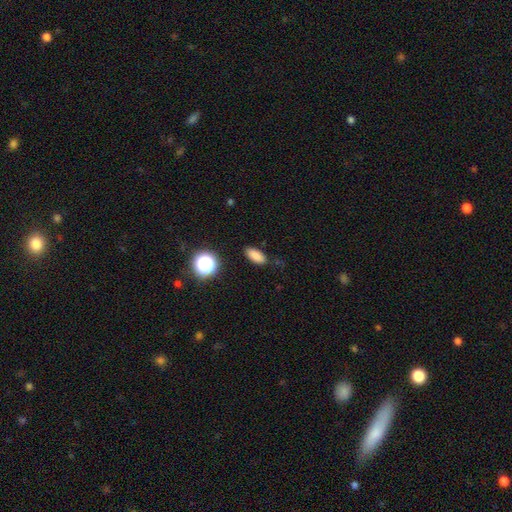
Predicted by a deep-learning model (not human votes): smooth_or_featured: smooth (p=0.84) [alt: star or artifact p=0.12]
how_rounded: in between (p=0.84) [alt: cigar-shaped p=0.10]
merging: none (p=0.84) [alt: minor disturbance p=0.12]